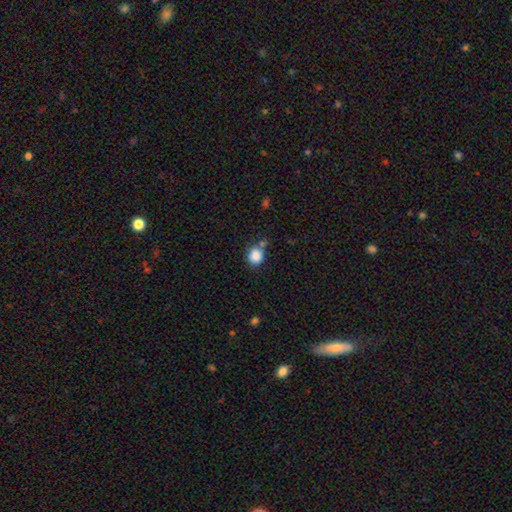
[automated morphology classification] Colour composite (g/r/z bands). It shows a smooth galaxy with no disk features (86%) that is round (82%). Merging: none (61%).